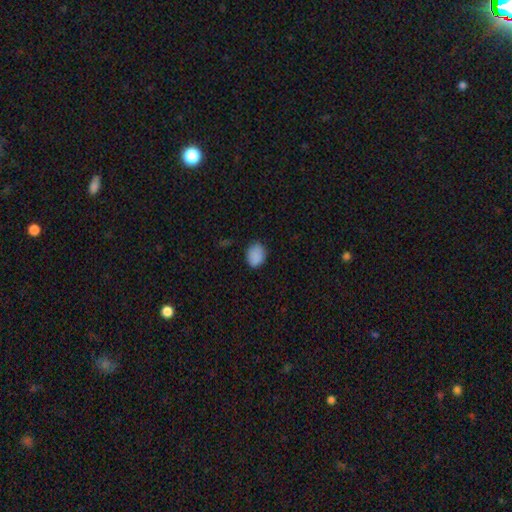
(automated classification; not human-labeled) Q: Smooth or featured?
A: smooth (88%); runner-up: star or artifact (9%)
Q: How rounded?
A: in between (62%); runner-up: round (37%)
Q: Merging?
A: none (79%); runner-up: minor disturbance (17%)